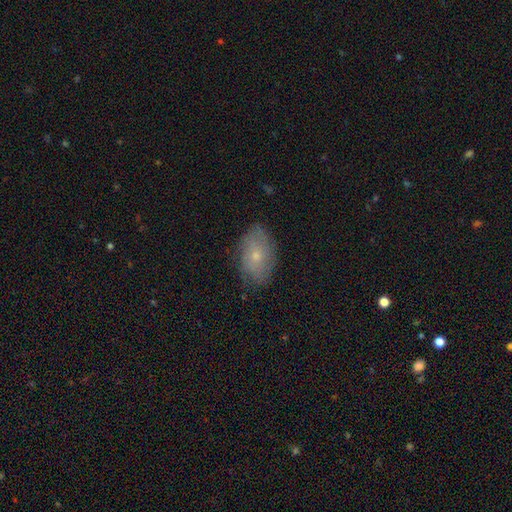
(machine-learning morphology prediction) smooth-or-featured: smooth: 59% | featured or disk: 32% | star or artifact: 8%
  how-rounded: in between: 90% | round: 8% | cigar-shaped: 2%
  merging: none: 78% | minor disturbance: 17% | major disturbance: 4% | merger: 1%